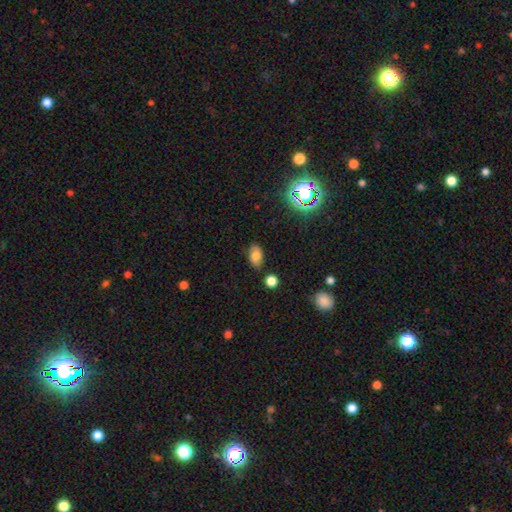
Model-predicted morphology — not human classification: smooth 78%, star or artifact 13%, featured or disk 9%. Down the decision tree: how rounded — in between (90%); merging — none (80%).